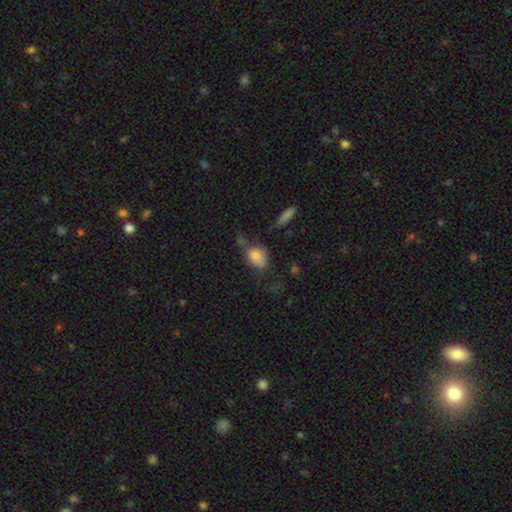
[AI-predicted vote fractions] This appears to be a smooth galaxy with no disk features (74%) that is in between round and cigar-shaped (61%). Merging: none (39%).